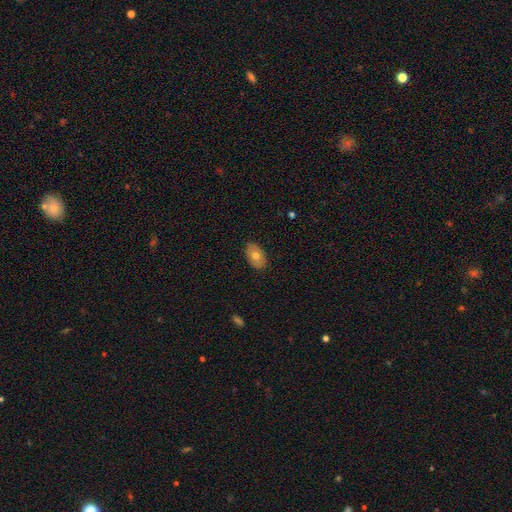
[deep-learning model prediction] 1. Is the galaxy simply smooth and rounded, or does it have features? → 65% smooth, 29% featured or disk, 7% star or artifact.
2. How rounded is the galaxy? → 88% in between, 11% round, 1% cigar-shaped.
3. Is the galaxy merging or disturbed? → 87% none, 10% minor disturbance, 2% major disturbance, 1% merger.